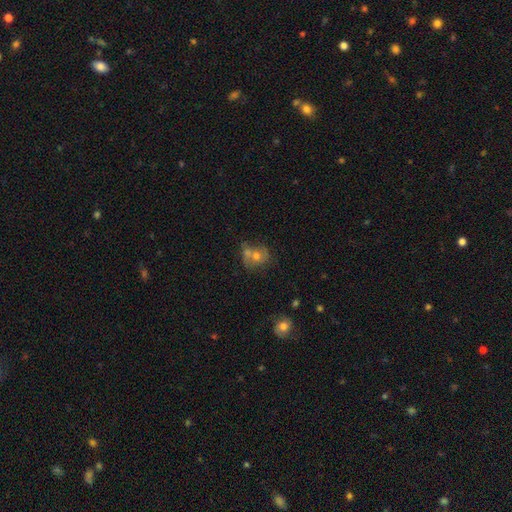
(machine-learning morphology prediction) This appears to be a smooth galaxy with no disk features (44%). Merging: none (44%).